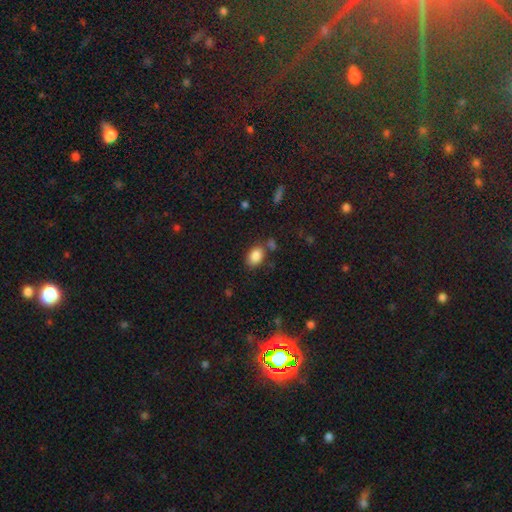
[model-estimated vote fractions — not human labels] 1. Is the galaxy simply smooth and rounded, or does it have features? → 86% smooth, 9% star or artifact, 5% featured or disk.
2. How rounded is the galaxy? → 82% in between, 17% round, 1% cigar-shaped.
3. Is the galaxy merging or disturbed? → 72% none, 14% minor disturbance, 10% merger, 4% major disturbance.